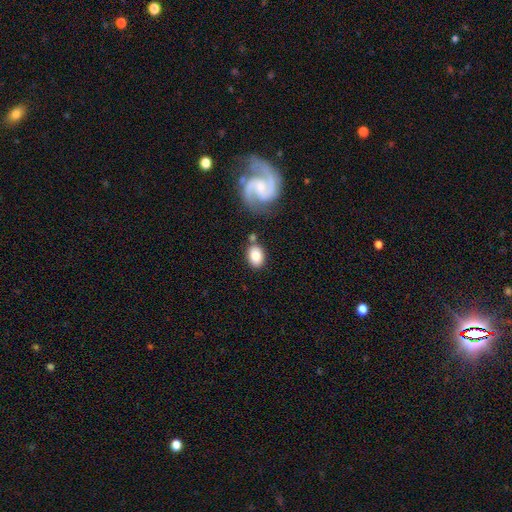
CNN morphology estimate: A smooth galaxy with no disk features (78%) that is in between round and cigar-shaped (74%).

Vote fractions:
- Smooth or featured? smooth: 78% / featured or disk: 14% / star or artifact: 7%
- How rounded? in between: 74% / round: 25% / cigar-shaped: 1%
- Merging? none: 70% / minor disturbance: 15% / merger: 10% / major disturbance: 5%